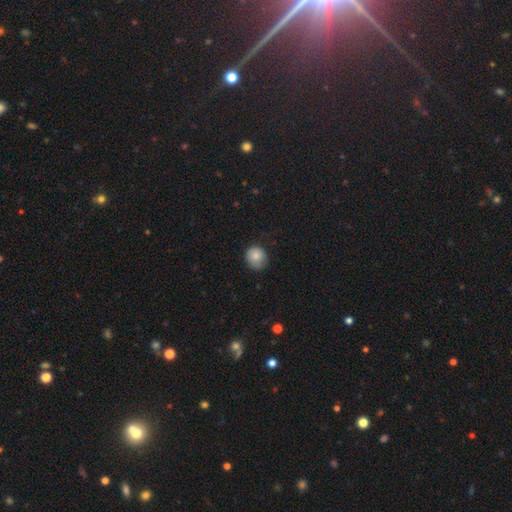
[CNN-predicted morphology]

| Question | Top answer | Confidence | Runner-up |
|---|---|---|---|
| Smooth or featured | smooth | 83% | star or artifact (9%) |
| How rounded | round | 80% | in between (19%) |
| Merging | none | 74% | minor disturbance (21%) |